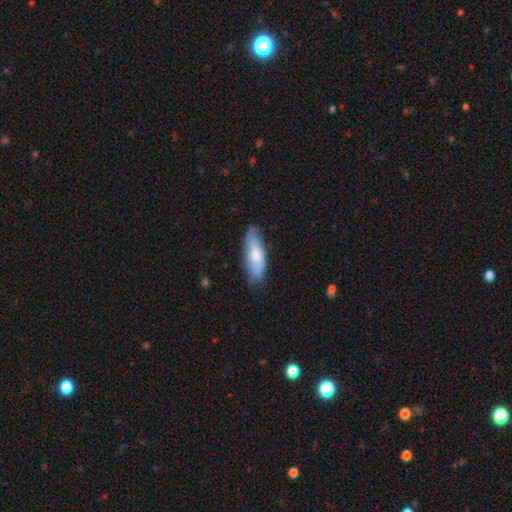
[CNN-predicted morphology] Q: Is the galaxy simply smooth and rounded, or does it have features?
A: smooth — 70%.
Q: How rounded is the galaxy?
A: in between — 57%.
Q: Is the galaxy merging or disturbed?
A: none — 75%.